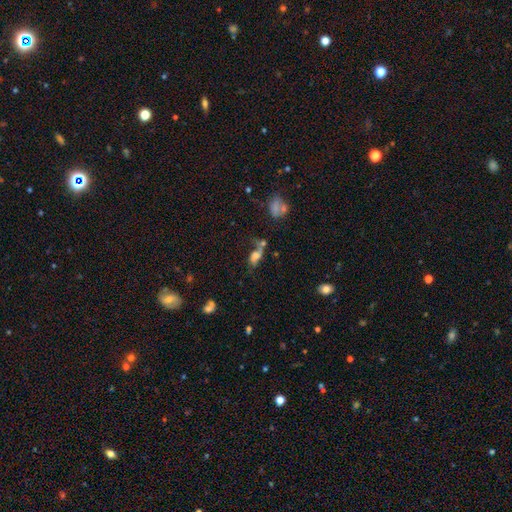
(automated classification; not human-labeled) A smooth galaxy with no disk features (47%). Merging: none (33%).